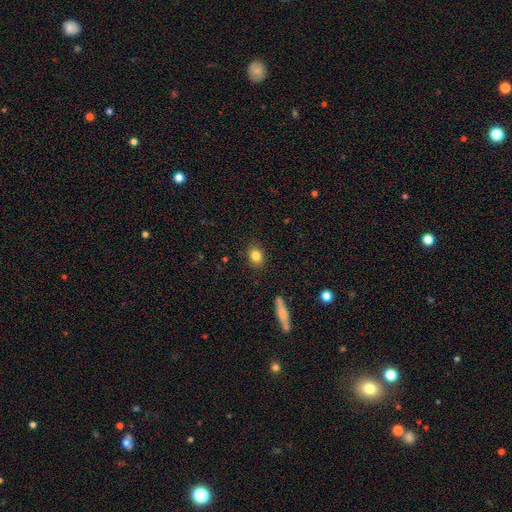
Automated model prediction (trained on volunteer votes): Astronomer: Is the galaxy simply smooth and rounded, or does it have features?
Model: smooth — 82%.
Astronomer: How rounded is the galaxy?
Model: in between — 51% (runner-up: round, 47%).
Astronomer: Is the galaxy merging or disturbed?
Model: none — 88%.